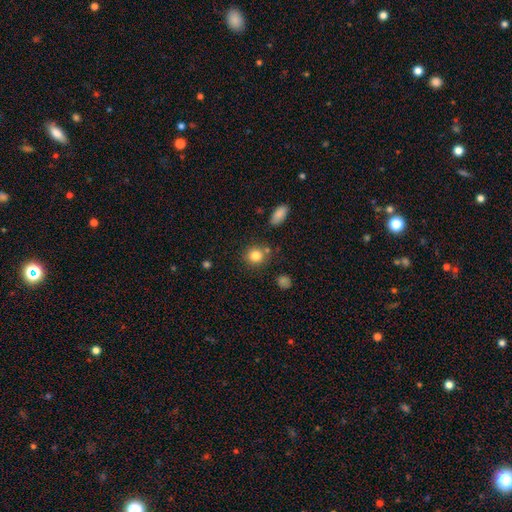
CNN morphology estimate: Overall: smooth (83%). How rounded: round (84%). Merging: none (77%).